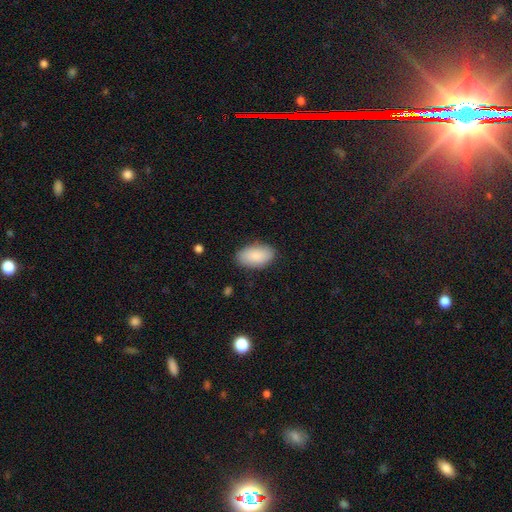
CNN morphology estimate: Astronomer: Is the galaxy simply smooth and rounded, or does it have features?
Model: smooth — 88%.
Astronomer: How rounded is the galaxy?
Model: in between — 95%.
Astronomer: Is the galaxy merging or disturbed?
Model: none — 86%.